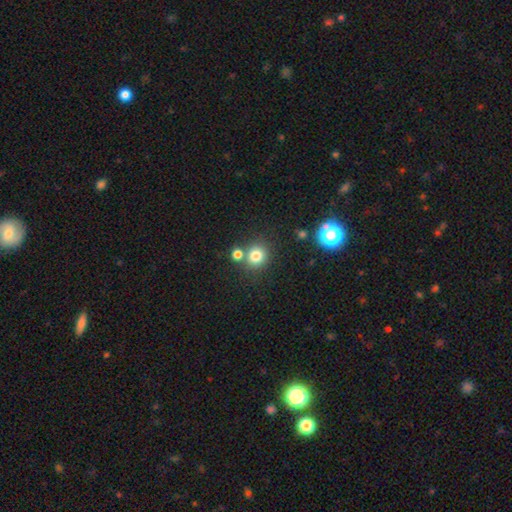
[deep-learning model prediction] This appears to be a smooth galaxy with no disk features (79%) that is round (86%). Merging: none (68%).